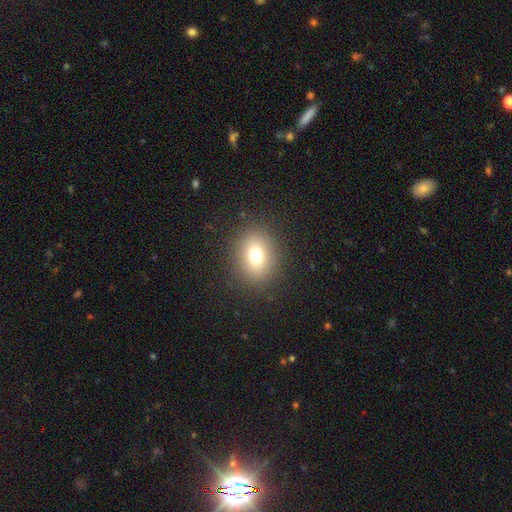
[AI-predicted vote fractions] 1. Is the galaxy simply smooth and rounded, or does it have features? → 75% smooth, 14% star or artifact, 11% featured or disk.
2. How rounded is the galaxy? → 50% round, 49% in between, 1% cigar-shaped.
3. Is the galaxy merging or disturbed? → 87% none, 8% minor disturbance, 4% major disturbance, 1% merger.